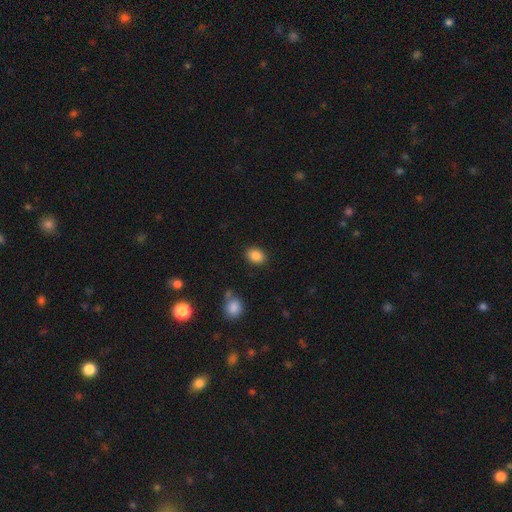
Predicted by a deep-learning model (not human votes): This is clearly a smooth galaxy (87%). How rounded: likely in between (68%). Merging: clearly none (86%).